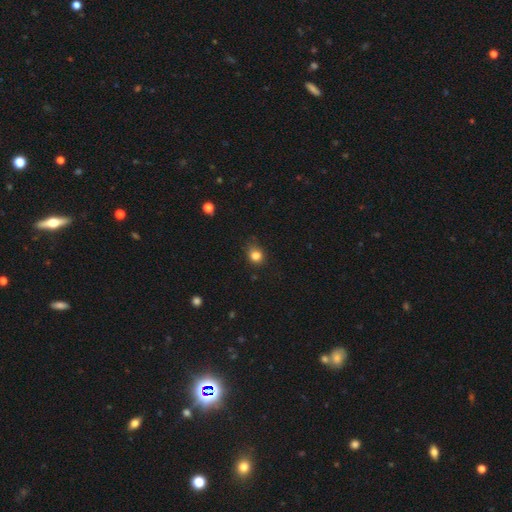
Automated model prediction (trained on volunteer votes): A smooth galaxy with no disk features (82%) that is round (68%).

Vote fractions:
- Smooth or featured? smooth: 82% / star or artifact: 12% / featured or disk: 5%
- How rounded? round: 68% / in between: 31% / cigar-shaped: 1%
- Merging? none: 75% / minor disturbance: 20% / major disturbance: 4% / merger: 2%